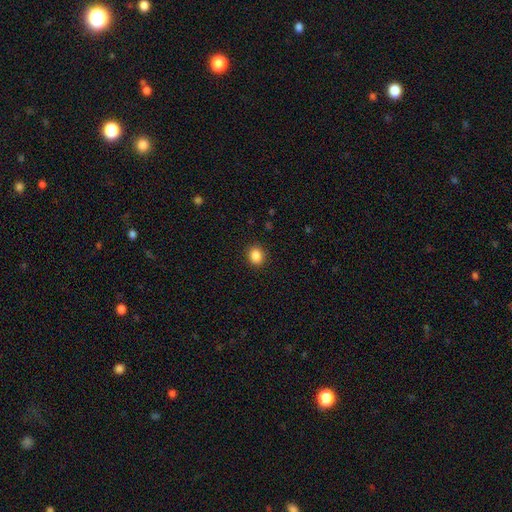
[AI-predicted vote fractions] Smooth or featured?
  - smooth: 86% *
  - star or artifact: 10%
  - featured or disk: 4%
How rounded?
  - round: 65% *
  - in between: 34%
  - cigar-shaped: 1%
Merging?
  - none: 89% *
  - minor disturbance: 8%
  - major disturbance: 2%
  - merger: 1%